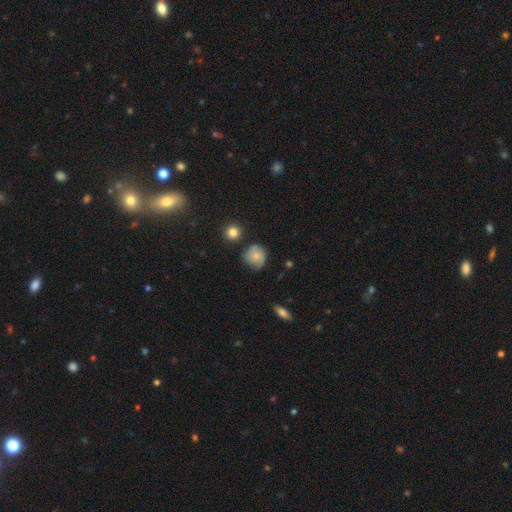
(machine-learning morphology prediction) smooth 51%, featured or disk 40%, star or artifact 9%. Down the decision tree: how rounded — round (81%); merging — none (65%).